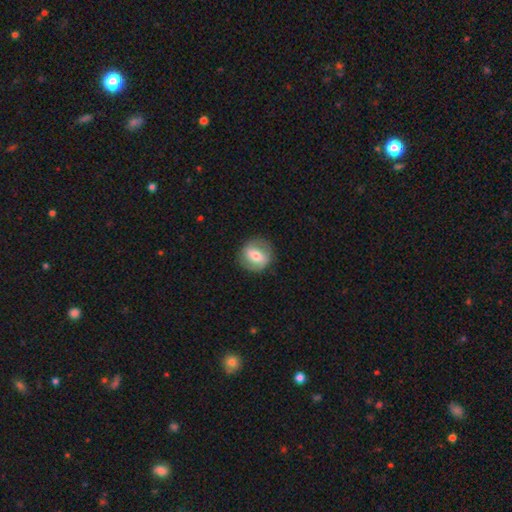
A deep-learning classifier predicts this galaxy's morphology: smooth_or_featured: featured or disk (p=0.48) [alt: smooth p=0.45]
merging: none (p=0.84) [alt: minor disturbance p=0.10]